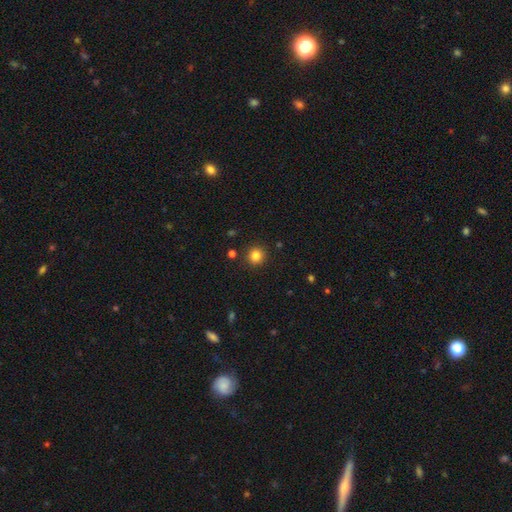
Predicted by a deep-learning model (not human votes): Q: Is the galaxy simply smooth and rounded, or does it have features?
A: smooth — 82%.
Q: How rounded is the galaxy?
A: round — 92%.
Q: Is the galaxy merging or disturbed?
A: none — 90%.